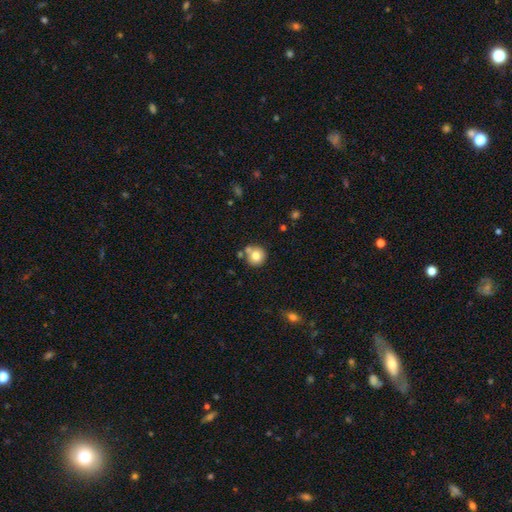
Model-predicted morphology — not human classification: The model was most divided on "merging": none: 69%, merger: 16%, minor disturbance: 11%, major disturbance: 3%. More confident: how rounded — round (93%); smooth or featured — smooth (78%).